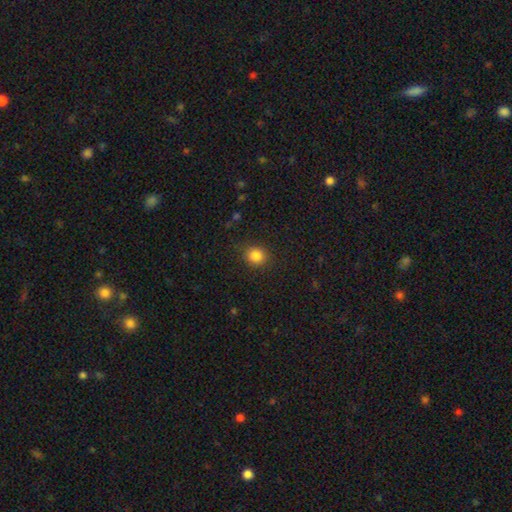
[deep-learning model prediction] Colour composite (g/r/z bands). It shows a smooth galaxy with no disk features (85%) that is round (80%). Merging: none (87%).